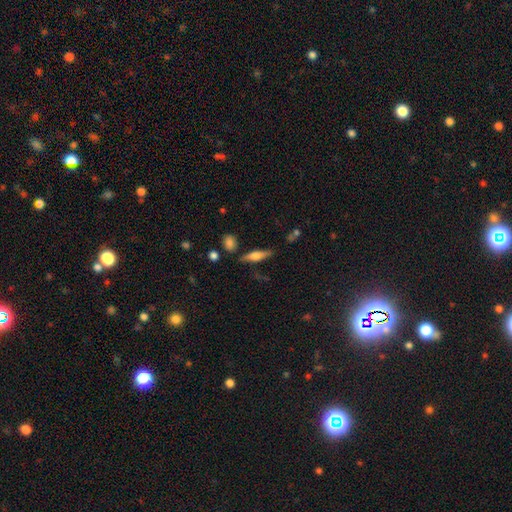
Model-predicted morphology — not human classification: smooth 51%, featured or disk 42%, star or artifact 7%. Down the decision tree: how rounded — cigar-shaped (65%); merging — none (79%).